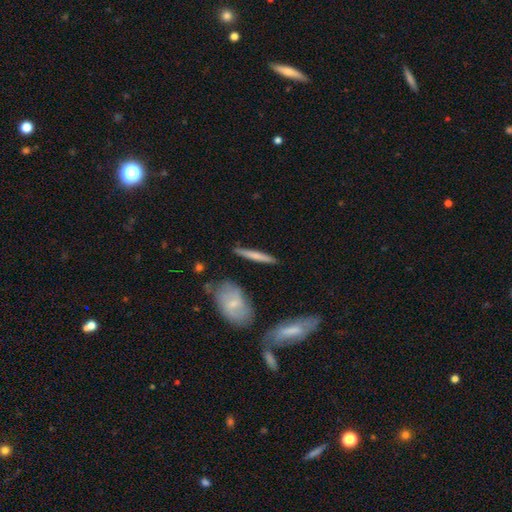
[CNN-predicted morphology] type=smooth (58%); roundness=cigar-shaped (91%); merging=none (85%).